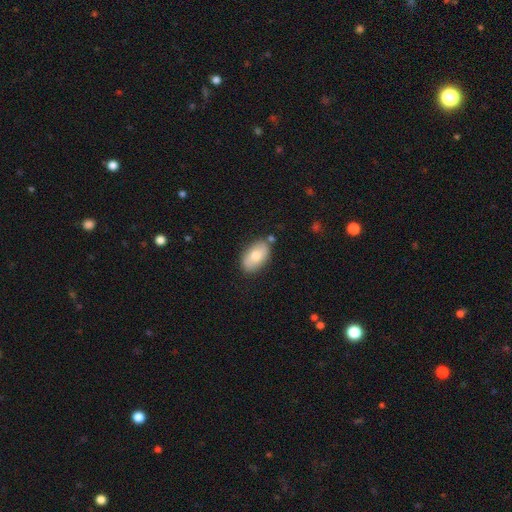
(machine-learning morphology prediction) Smooth or featured? Predicted: smooth (p=0.71). How rounded? Predicted: in between (p=0.93). Merging? Predicted: none (p=0.78).